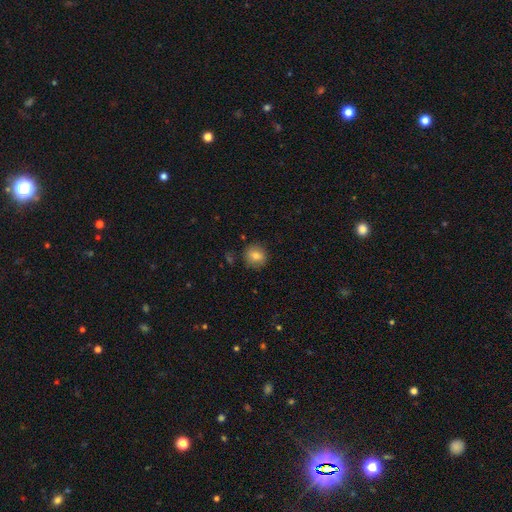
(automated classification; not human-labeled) Overall: smooth (77%). How rounded: round (87%). Merging: none (84%).